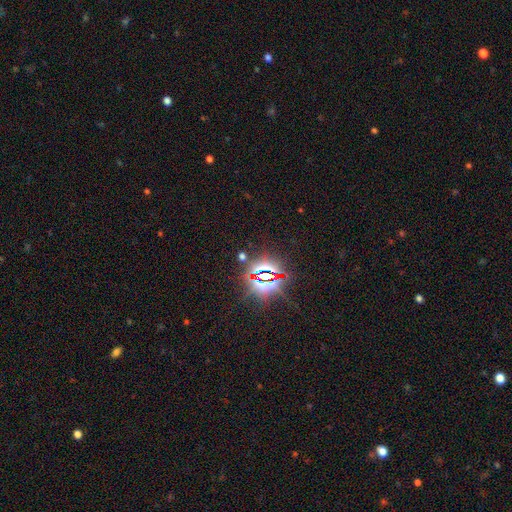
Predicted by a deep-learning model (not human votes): The model was most divided on "smooth or featured": star or artifact: 84%, smooth: 9%, featured or disk: 7%.